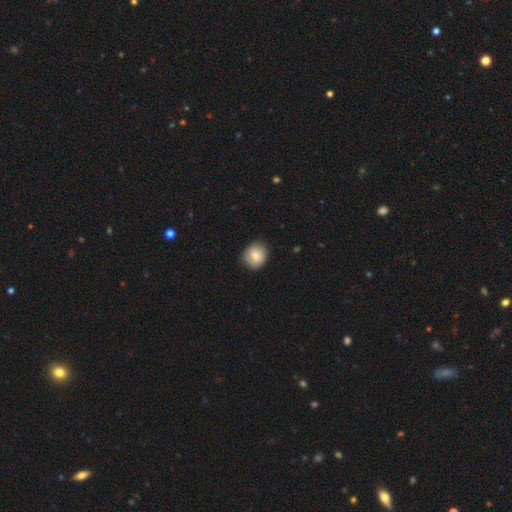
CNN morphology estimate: type=smooth (78%); roundness=round (86%); merging=none (85%).